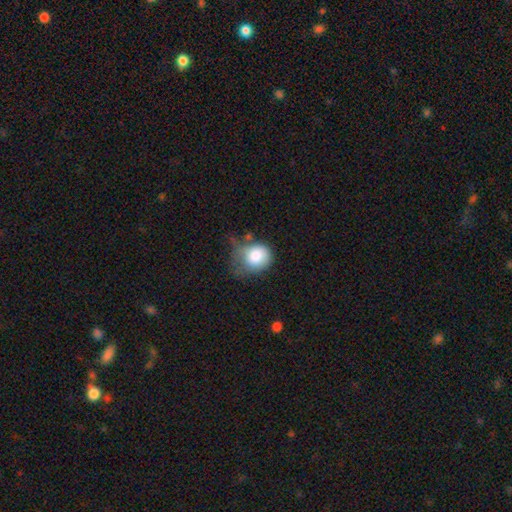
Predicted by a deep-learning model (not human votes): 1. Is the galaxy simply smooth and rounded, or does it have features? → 80% smooth, 12% featured or disk, 8% star or artifact.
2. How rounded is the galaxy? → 71% round, 28% in between, 1% cigar-shaped.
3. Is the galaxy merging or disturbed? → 38% minor disturbance, 29% none, 28% major disturbance, 5% merger.